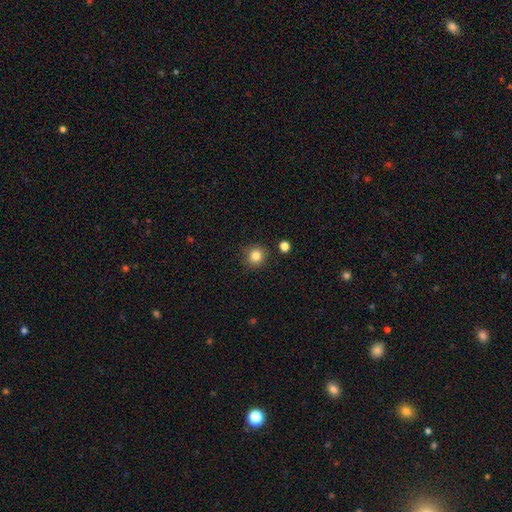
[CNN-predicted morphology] A smooth galaxy with no disk features (83%) that is round (93%).

Vote fractions:
- Smooth or featured? smooth: 83% / star or artifact: 12% / featured or disk: 5%
- How rounded? round: 93% / in between: 6% / cigar-shaped: 1%
- Merging? none: 86% / minor disturbance: 8% / merger: 3% / major disturbance: 2%